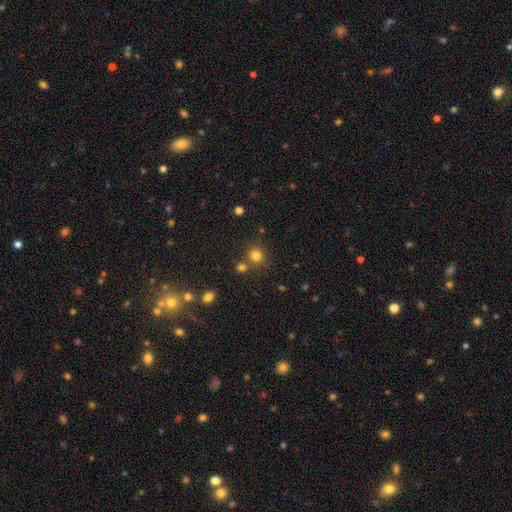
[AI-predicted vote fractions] A smooth galaxy with no disk features (79%) that is round (90%). Merging: none (74%).